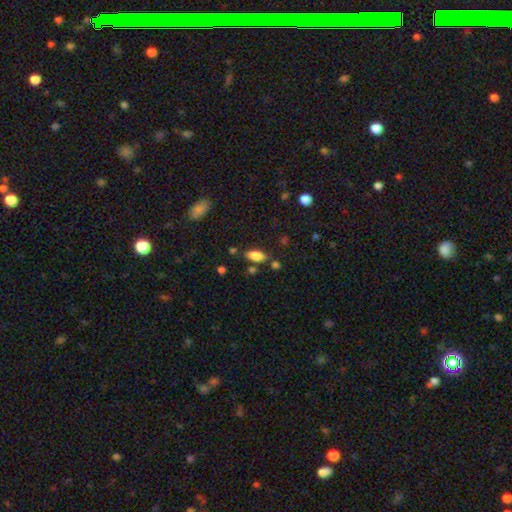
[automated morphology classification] Smooth or featured: smooth — 84% (star or artifact — 8%)
How rounded: in between — 88% (cigar-shaped — 10%)
Merging: none — 77% (minor disturbance — 13%)